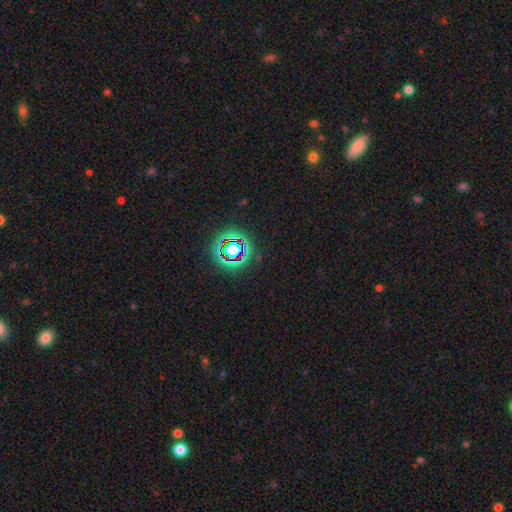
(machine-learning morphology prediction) A star or artifact, not a galaxy (69%).

Vote fractions:
- Smooth or featured? star or artifact: 69% / smooth: 21% / featured or disk: 10%